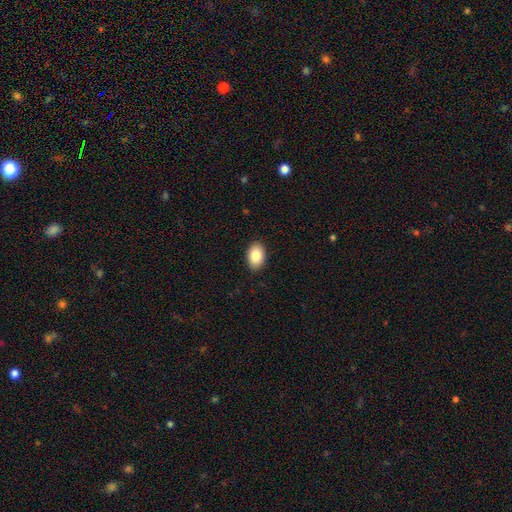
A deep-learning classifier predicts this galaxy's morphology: Overall: smooth (86%). How rounded: in between (89%). Merging: none (90%).